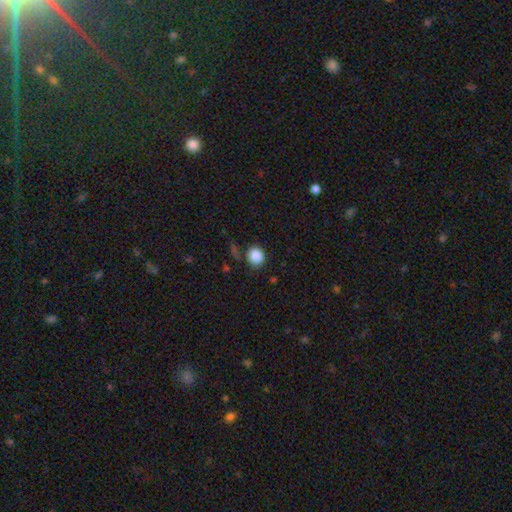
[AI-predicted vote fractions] Smooth or featured?
  - smooth: 87% *
  - star or artifact: 9%
  - featured or disk: 4%
How rounded?
  - round: 80% *
  - in between: 19%
  - cigar-shaped: 1%
Merging?
  - none: 79% *
  - minor disturbance: 13%
  - merger: 4%
  - major disturbance: 4%